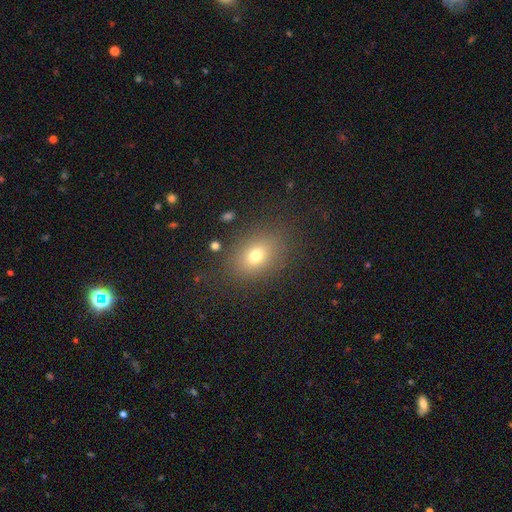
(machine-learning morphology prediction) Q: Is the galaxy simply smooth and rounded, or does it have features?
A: smooth — 73%.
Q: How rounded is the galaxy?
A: in between — 67%.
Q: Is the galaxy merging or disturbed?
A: none — 83%.